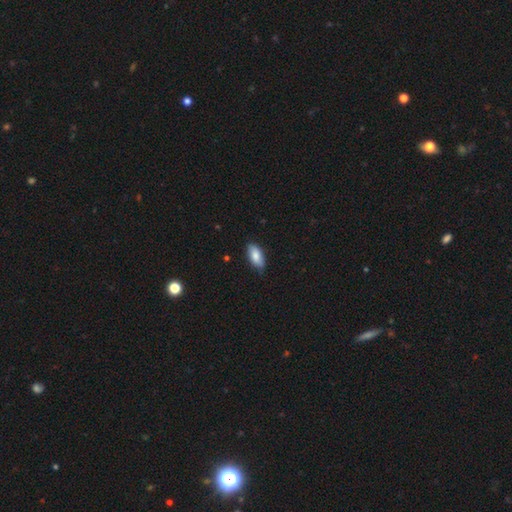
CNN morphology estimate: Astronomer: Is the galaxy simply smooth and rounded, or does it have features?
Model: smooth — 82%.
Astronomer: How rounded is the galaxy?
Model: in between — 89%.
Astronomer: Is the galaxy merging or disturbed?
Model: none — 80%.